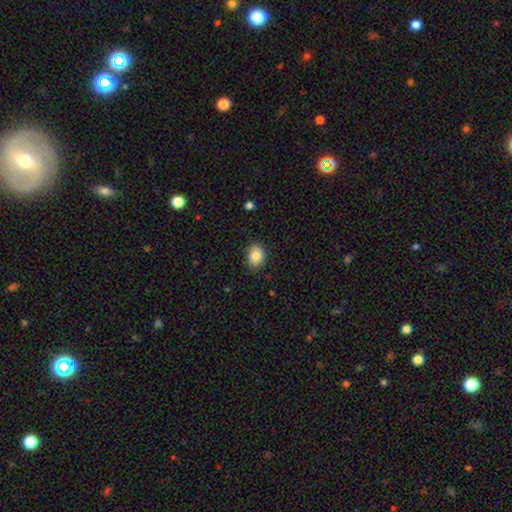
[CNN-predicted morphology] Q: Smooth or featured?
A: smooth (83%); runner-up: featured or disk (9%)
Q: How rounded?
A: in between (67%); runner-up: round (32%)
Q: Merging?
A: none (82%); runner-up: minor disturbance (14%)